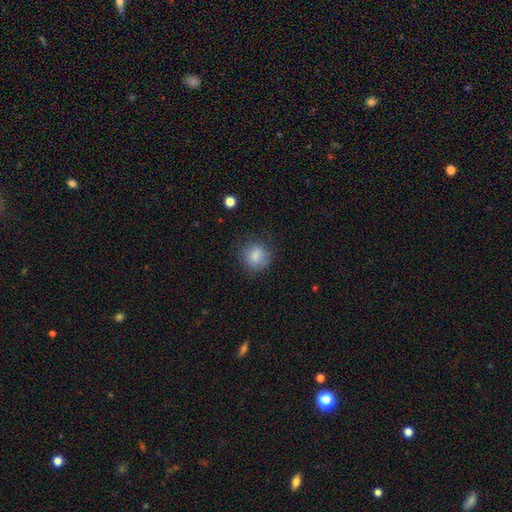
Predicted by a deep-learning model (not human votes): Overall: smooth (82%). How rounded: round (83%). Merging: none (73%).